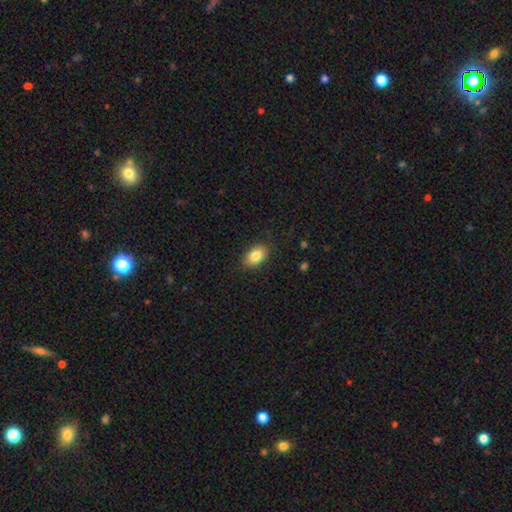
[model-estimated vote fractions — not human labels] This appears to be a smooth galaxy with no disk features (85%) that is in between round and cigar-shaped (87%). Merging: none (87%).